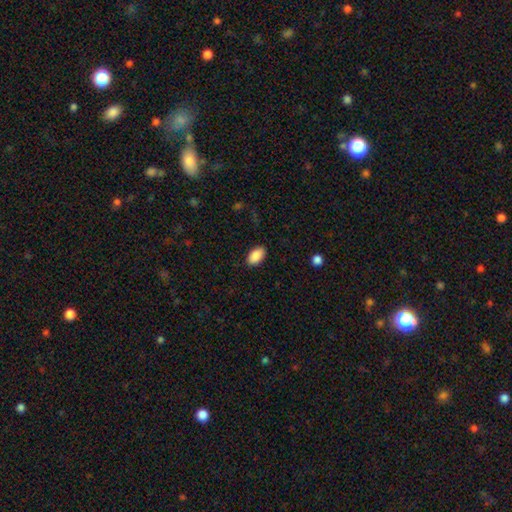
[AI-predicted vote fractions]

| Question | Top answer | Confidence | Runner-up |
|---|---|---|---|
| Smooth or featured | smooth | 90% | star or artifact (7%) |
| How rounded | in between | 94% | round (4%) |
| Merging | none | 88% | minor disturbance (9%) |